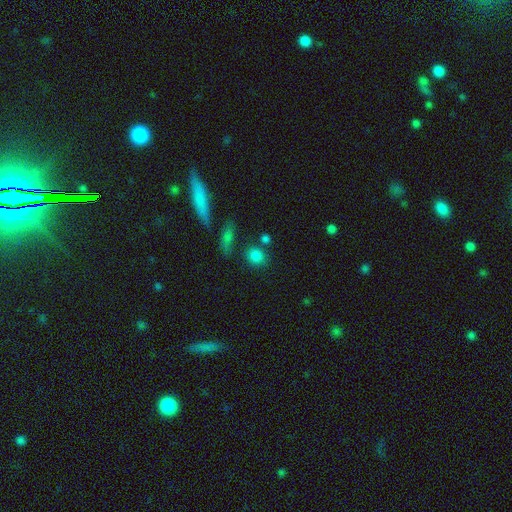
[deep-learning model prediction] Q: Smooth or featured?
A: smooth (82%); runner-up: star or artifact (11%)
Q: How rounded?
A: round (74%); runner-up: in between (23%)
Q: Merging?
A: none (73%); runner-up: merger (11%)